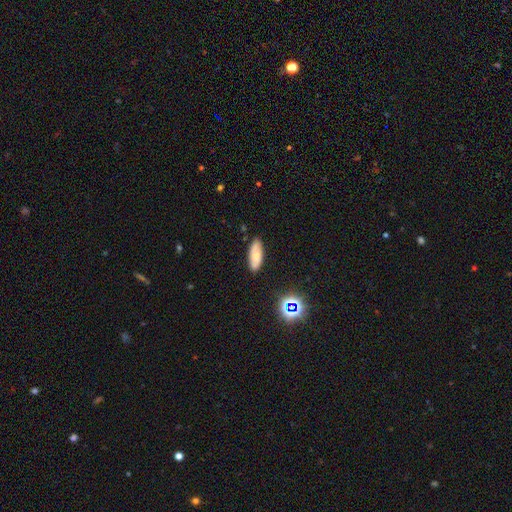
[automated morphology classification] Smooth or featured? Predicted: smooth (p=0.68). How rounded? Predicted: in between (p=0.73). Merging? Predicted: none (p=0.84).